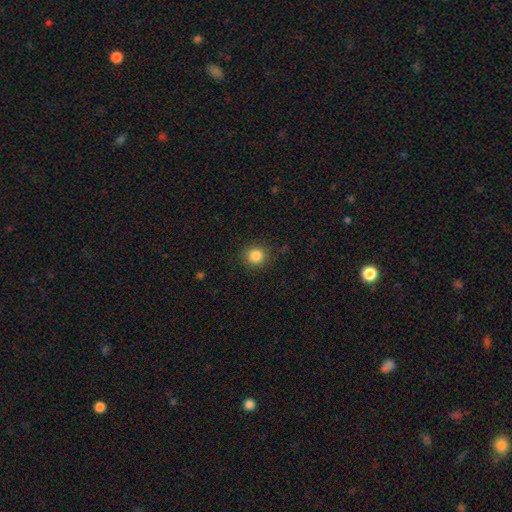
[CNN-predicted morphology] Overall: smooth (85%). How rounded: round (90%). Merging: none (89%).